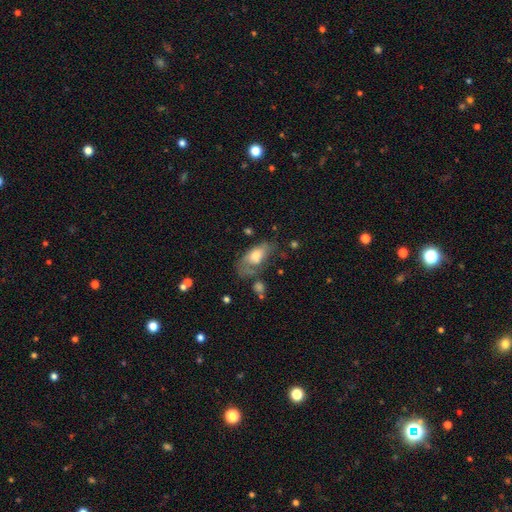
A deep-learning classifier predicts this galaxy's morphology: Smooth or featured: smooth — 53% (featured or disk — 40%)
How rounded: in between — 89% (cigar-shaped — 6%)
Merging: none — 36% (major disturbance — 27%)